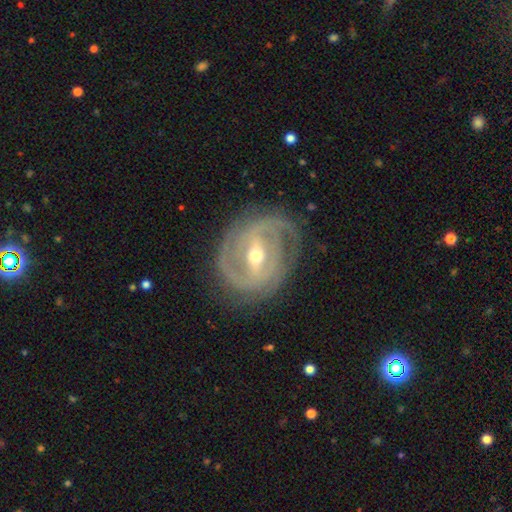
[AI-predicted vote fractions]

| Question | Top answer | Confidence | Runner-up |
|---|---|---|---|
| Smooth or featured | featured or disk | 86% | smooth (8%) |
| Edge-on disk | no | 95% | yes (5%) |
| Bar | strong | 50% | weak (37%) |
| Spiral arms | yes | 90% | no (10%) |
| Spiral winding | tight | 58% | medium (32%) |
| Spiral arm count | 2 | 53% | can't tell (20%) |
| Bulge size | moderate | 54% | small (43%) |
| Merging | none | 76% | minor disturbance (15%) |